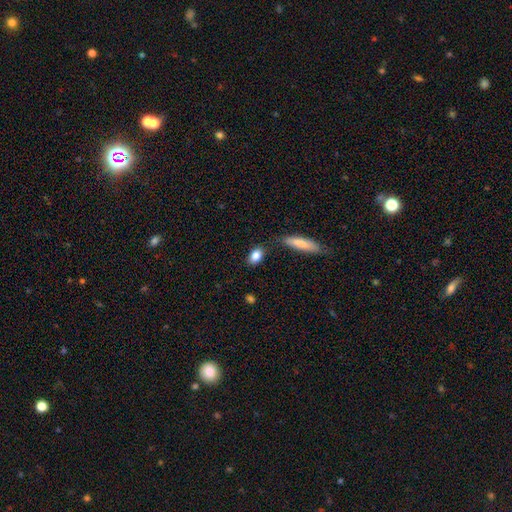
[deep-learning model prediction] The model was most divided on "merging": none: 76%, minor disturbance: 14%, merger: 7%, major disturbance: 4%. More confident: smooth or featured — smooth (85%); how rounded — in between (81%).